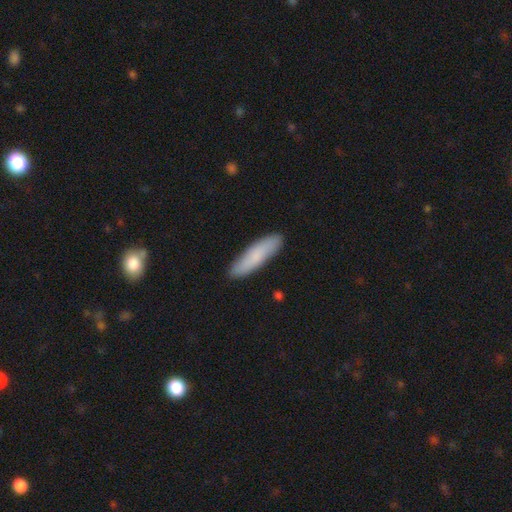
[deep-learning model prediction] This is likely a smooth galaxy (78%). How rounded: likely cigar-shaped (74%). Merging: clearly none (88%).